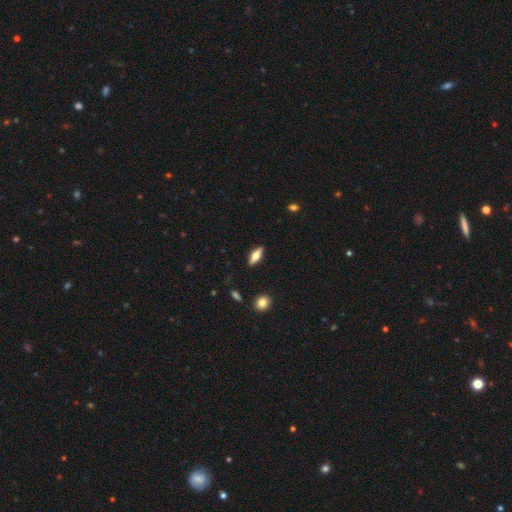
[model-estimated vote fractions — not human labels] Morphology: type=featured or disk (47%, tied with smooth); merging=none (88%).